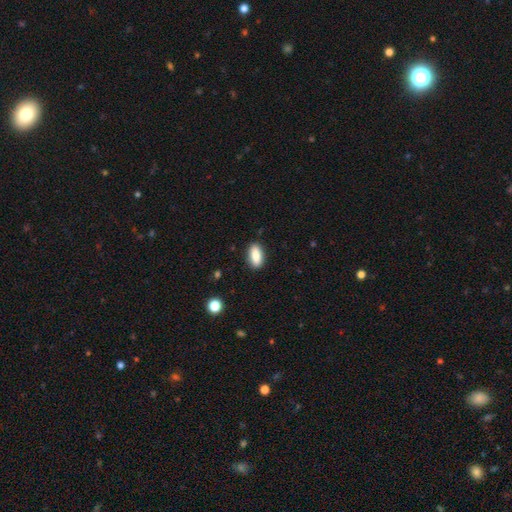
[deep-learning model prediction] A smooth galaxy with no disk features (86%) that is in between round and cigar-shaped (84%).

Vote fractions:
- Smooth or featured? smooth: 86% / star or artifact: 7% / featured or disk: 7%
- How rounded? in between: 84% / cigar-shaped: 13% / round: 3%
- Merging? none: 88% / minor disturbance: 9% / major disturbance: 2% / merger: 1%